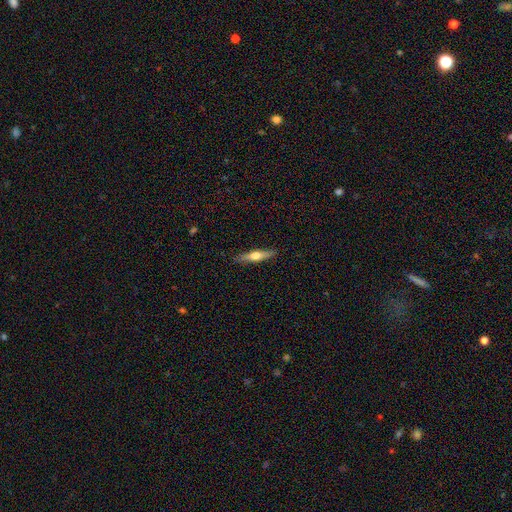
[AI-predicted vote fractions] featured or disk 52%, smooth 43%, star or artifact 6%. Down the decision tree: edge-on disk — yes (94%); merging — none (89%).